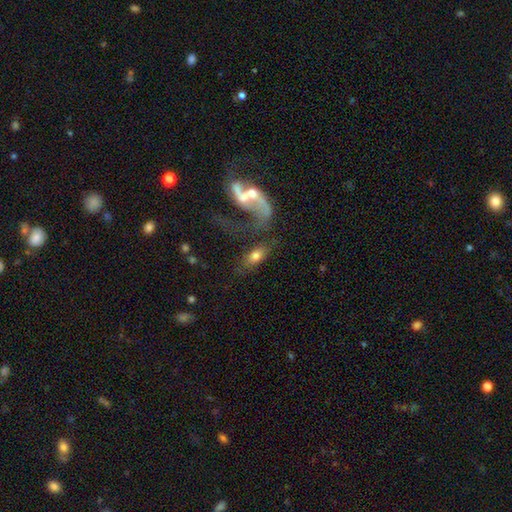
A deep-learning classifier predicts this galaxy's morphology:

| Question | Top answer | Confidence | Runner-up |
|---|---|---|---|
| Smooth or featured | smooth | 64% | featured or disk (28%) |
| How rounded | in between | 87% | cigar-shaped (6%) |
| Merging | none | 48% | merger (24%) |